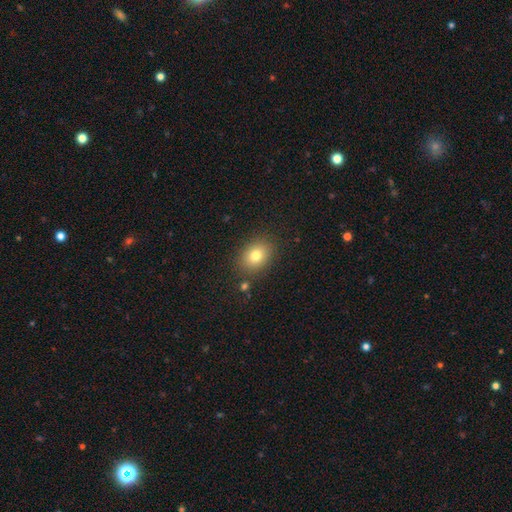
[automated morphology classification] Q: Smooth or featured?
A: smooth (79%); runner-up: star or artifact (11%)
Q: How rounded?
A: in between (61%); runner-up: round (38%)
Q: Merging?
A: none (85%); runner-up: minor disturbance (10%)